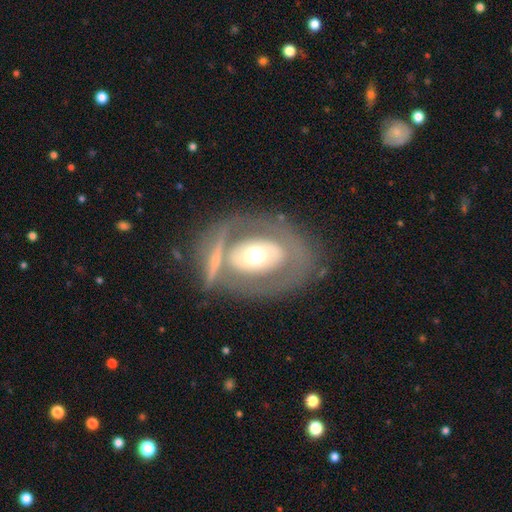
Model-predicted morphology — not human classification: This is possibly a featured or disk galaxy (55%). It is clearly not viewed edge-on (90%). Merging: possibly none (60%).